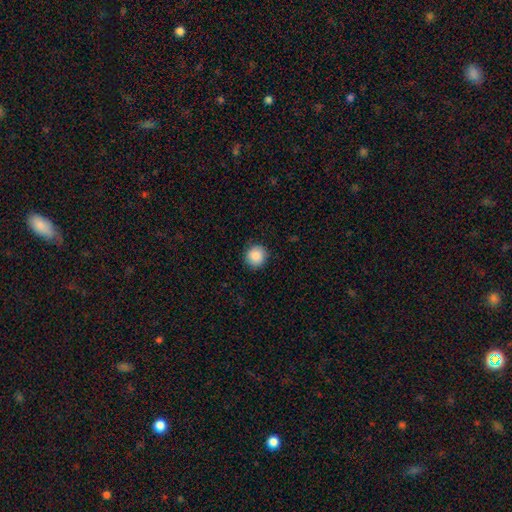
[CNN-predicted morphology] This is clearly a smooth galaxy (88%). How rounded: clearly round (94%). Merging: clearly none (90%).